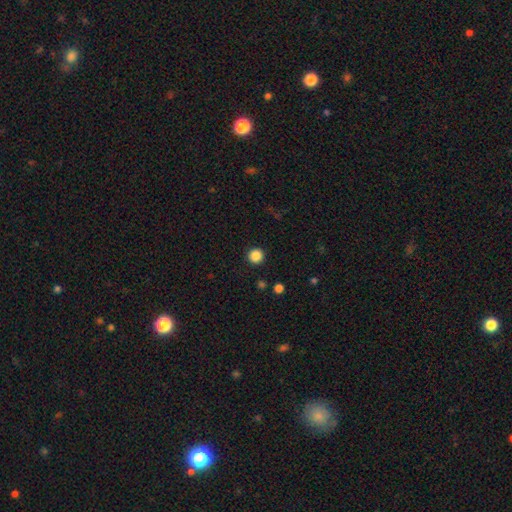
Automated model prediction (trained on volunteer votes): Morphology: type=smooth (87%); roundness=round (96%); merging=none (93%).